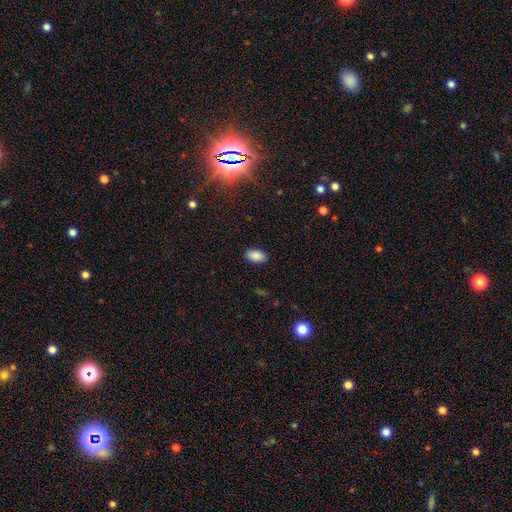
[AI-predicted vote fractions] Overall: smooth (88%). How rounded: in between (94%). Merging: none (88%).